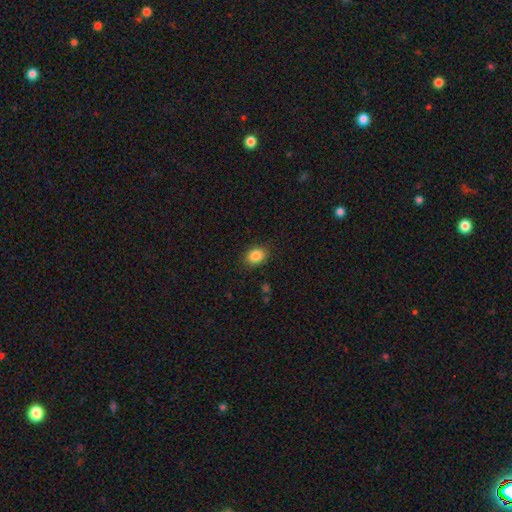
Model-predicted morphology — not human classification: A smooth galaxy with no disk features (86%) that is in between round and cigar-shaped (55%). Merging: none (87%).